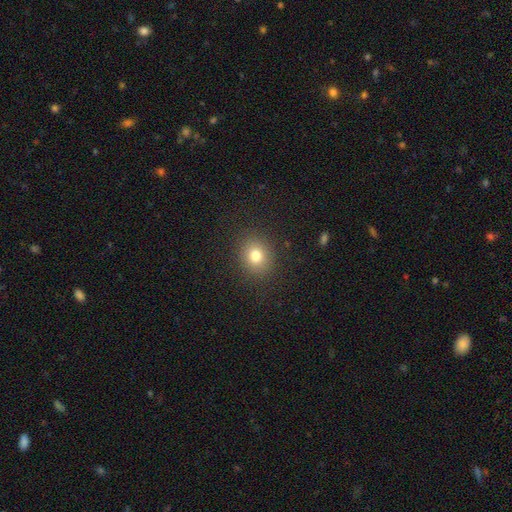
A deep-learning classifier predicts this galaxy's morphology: Smooth or featured: smooth — 79% (star or artifact — 13%)
How rounded: round — 71% (in between — 28%)
Merging: none — 88% (minor disturbance — 8%)